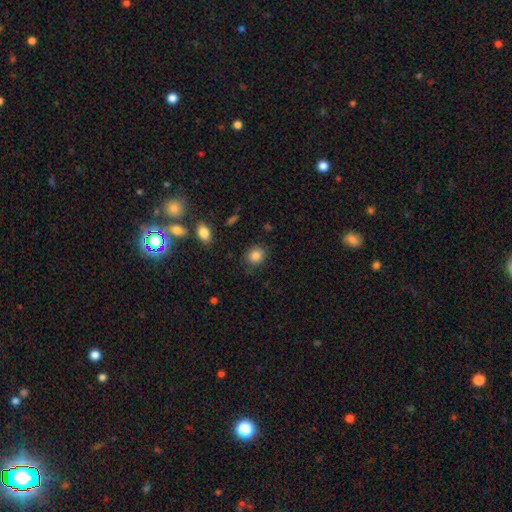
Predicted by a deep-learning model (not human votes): A smooth galaxy with no disk features (85%) that is round (70%). Merging: none (85%).